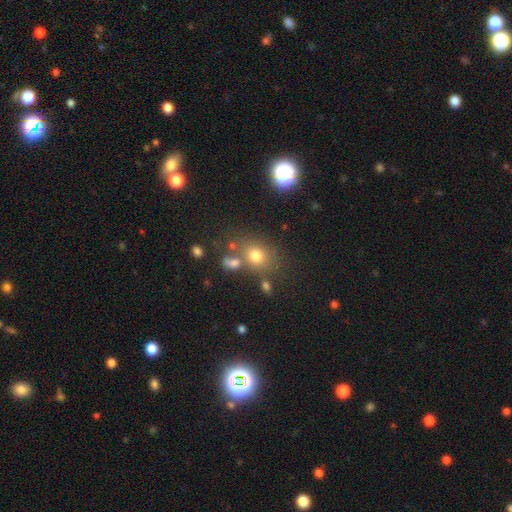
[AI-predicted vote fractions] This appears to be a smooth galaxy with no disk features (71%) that is round (58%). Merging: none (63%).